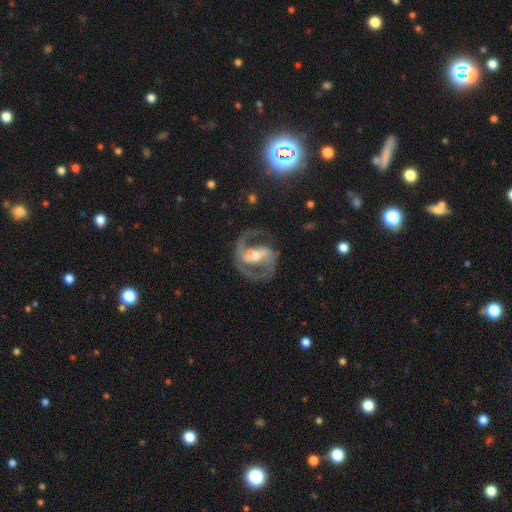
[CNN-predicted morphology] Overall: featured or disk (88%). Edge-on disk: no (97%). Bar: strong (55%; weak 30%). Spiral arms: yes (94%). Spiral arm count: 2 (90%). Spiral winding: medium (61%; tight 21%). Bulge size: moderate (50%; small 38%). Merging: none (72%).